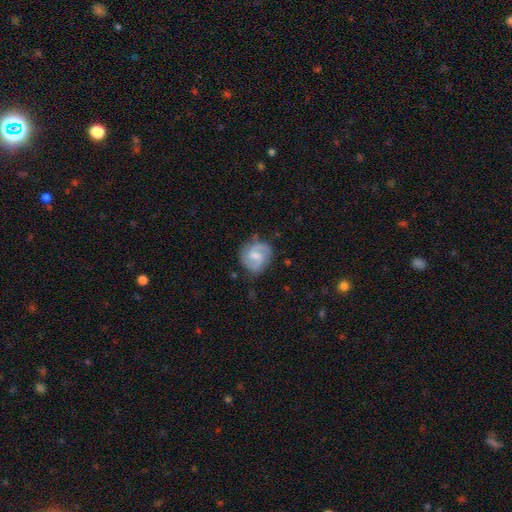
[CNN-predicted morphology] Smooth or featured? Predicted: featured or disk (p=0.72). Edge-on disk? Predicted: no (p=0.98). Bar? Predicted: weak (p=0.57). Spiral arms? Predicted: yes (p=0.94). Spiral winding? Predicted: medium (p=0.52). Spiral arm count? Predicted: 2 (p=0.85). Bulge size? Predicted: moderate (p=0.43). Merging? Predicted: none (p=0.73).